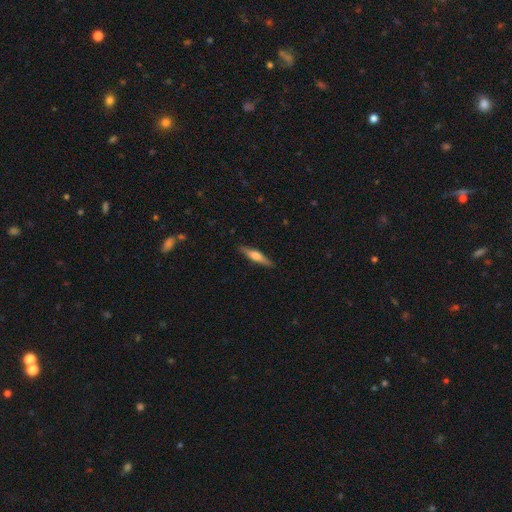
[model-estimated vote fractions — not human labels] Smooth or featured? Predicted: featured or disk (p=0.51). Edge-on disk? Predicted: yes (p=0.95). Merging? Predicted: none (p=0.89).